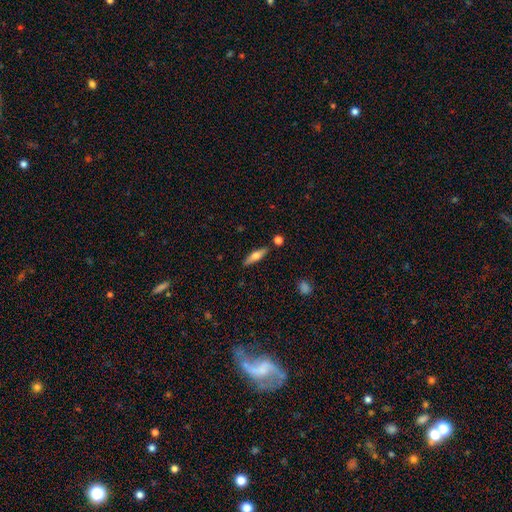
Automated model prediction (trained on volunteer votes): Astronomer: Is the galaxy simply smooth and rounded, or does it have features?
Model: smooth — 53% (runner-up: featured or disk, 40%).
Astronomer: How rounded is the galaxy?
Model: cigar-shaped — 65%.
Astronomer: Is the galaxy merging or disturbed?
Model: none — 83%.